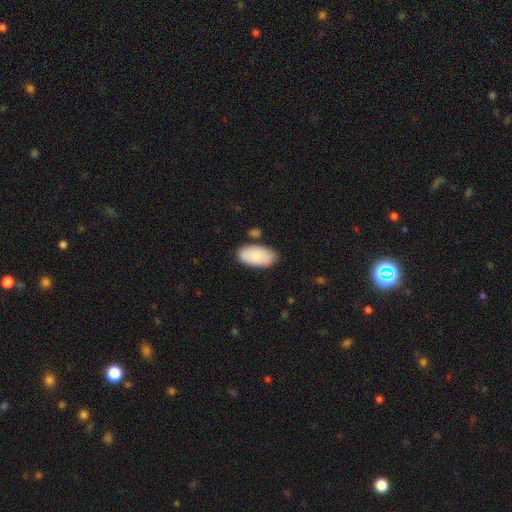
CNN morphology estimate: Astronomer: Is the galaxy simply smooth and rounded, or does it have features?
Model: smooth — 88%.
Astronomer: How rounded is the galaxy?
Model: in between — 96%.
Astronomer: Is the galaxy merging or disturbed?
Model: none — 78%.